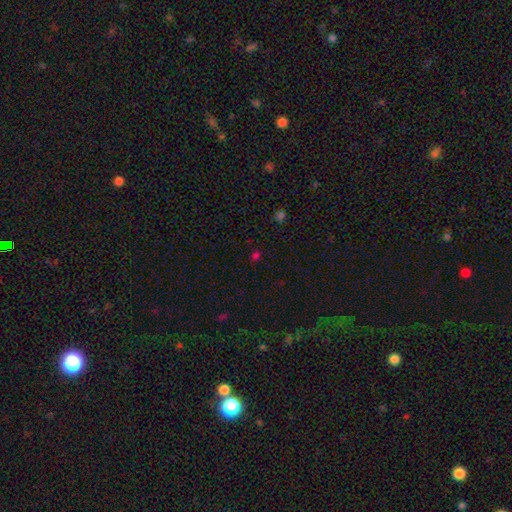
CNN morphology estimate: Smooth or featured? Predicted: smooth (p=0.52). How rounded? Predicted: round (p=0.66). Merging? Predicted: none (p=0.81).